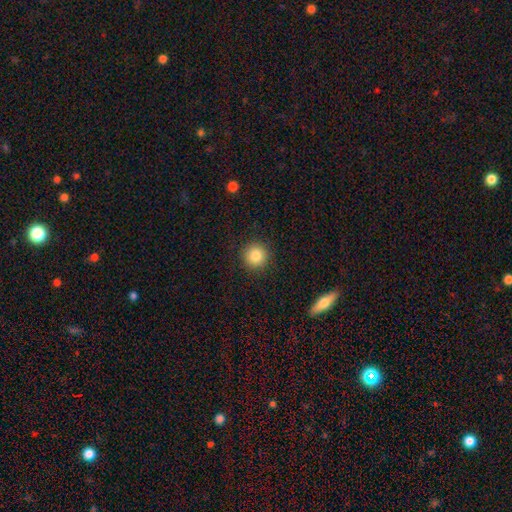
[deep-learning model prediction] smooth_or_featured: smooth (p=0.84) [alt: star or artifact p=0.10]
how_rounded: round (p=0.95) [alt: in between p=0.04]
merging: none (p=0.91) [alt: minor disturbance p=0.06]